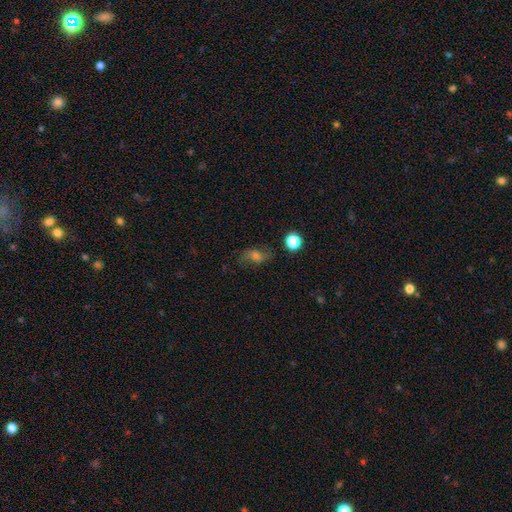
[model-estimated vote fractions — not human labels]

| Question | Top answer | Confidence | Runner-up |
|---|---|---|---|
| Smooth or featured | smooth | 51% | featured or disk (29%) |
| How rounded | in between | 70% | round (25%) |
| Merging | none | 70% | minor disturbance (19%) |